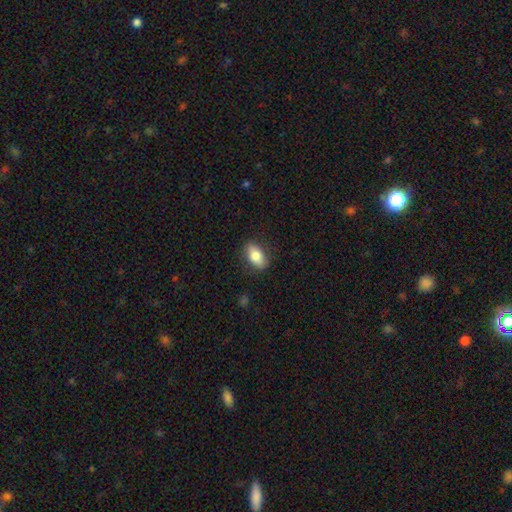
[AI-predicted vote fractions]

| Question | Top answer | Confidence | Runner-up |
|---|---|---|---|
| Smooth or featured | smooth | 79% | featured or disk (14%) |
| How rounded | in between | 88% | round (7%) |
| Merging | none | 85% | minor disturbance (11%) |